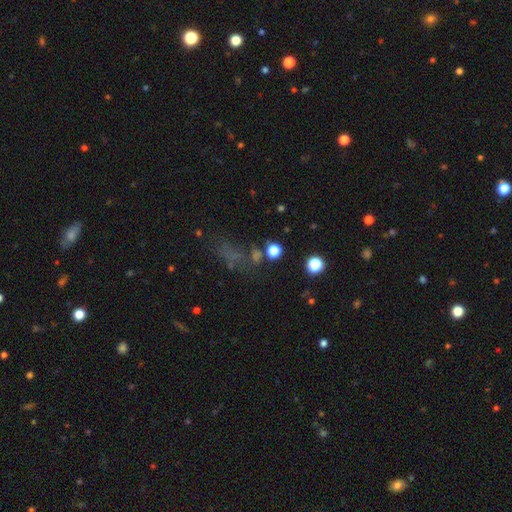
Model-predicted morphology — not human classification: A smooth galaxy with no disk features (42%). Merging: none (53%).